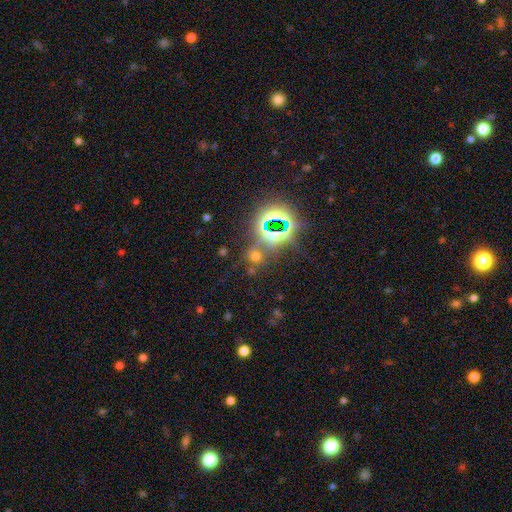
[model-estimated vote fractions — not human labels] Smooth or featured? Predicted: star or artifact (p=0.53).